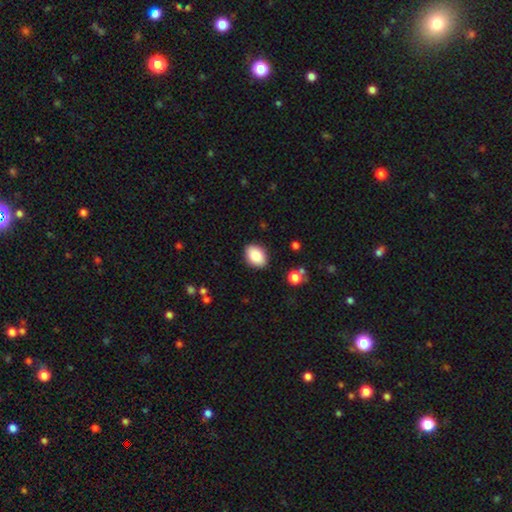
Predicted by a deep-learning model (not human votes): Q: Smooth or featured?
A: smooth (86%); runner-up: star or artifact (7%)
Q: How rounded?
A: in between (80%); runner-up: round (18%)
Q: Merging?
A: none (88%); runner-up: minor disturbance (9%)